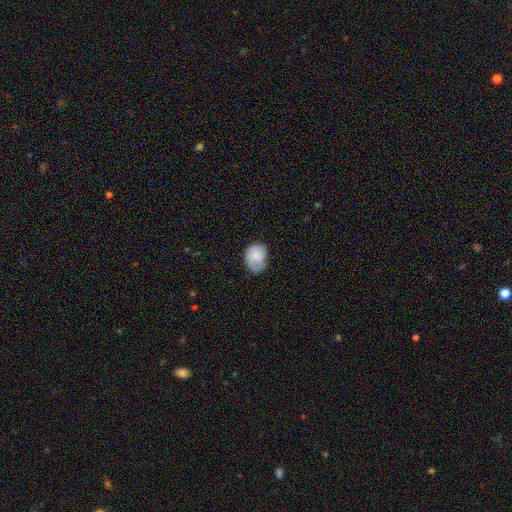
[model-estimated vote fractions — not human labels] Morphology: type=smooth (72%); roundness=in between (55%); merging=none (49%).